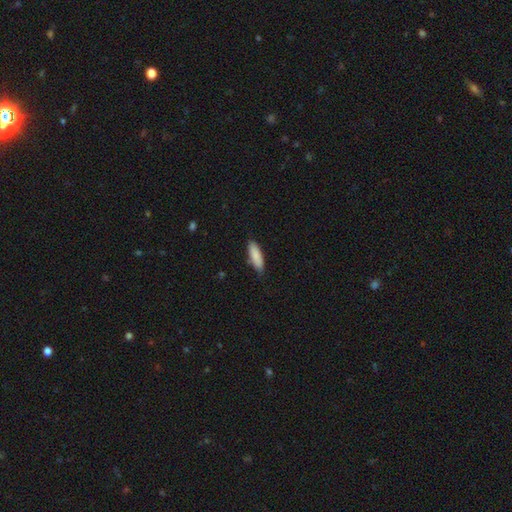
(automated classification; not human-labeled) Smooth or featured? smooth (87%)
How rounded? in between (53%)
Merging? none (79%)